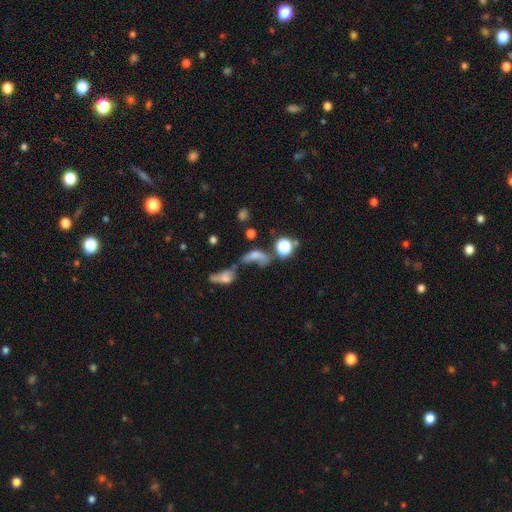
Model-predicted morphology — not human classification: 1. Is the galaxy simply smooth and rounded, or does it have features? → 53% smooth, 26% featured or disk, 21% star or artifact.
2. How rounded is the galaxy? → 65% in between, 19% round, 15% cigar-shaped.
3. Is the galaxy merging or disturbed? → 53% merger, 23% major disturbance, 16% none, 9% minor disturbance.